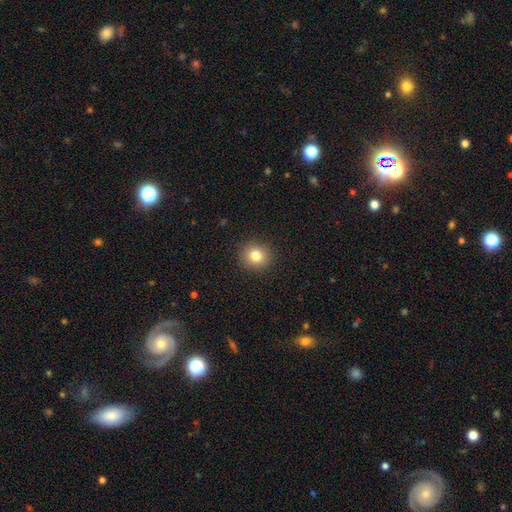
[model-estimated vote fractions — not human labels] A smooth galaxy with no disk features (80%) that is round (88%). Merging: none (91%).